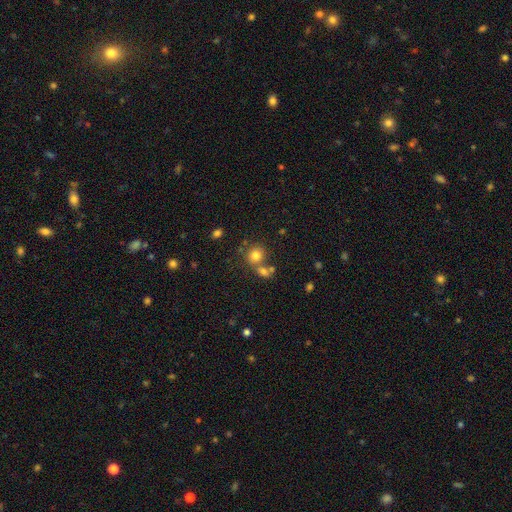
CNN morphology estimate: A smooth galaxy with no disk features (78%) that is round (83%). Merging: none (55%).